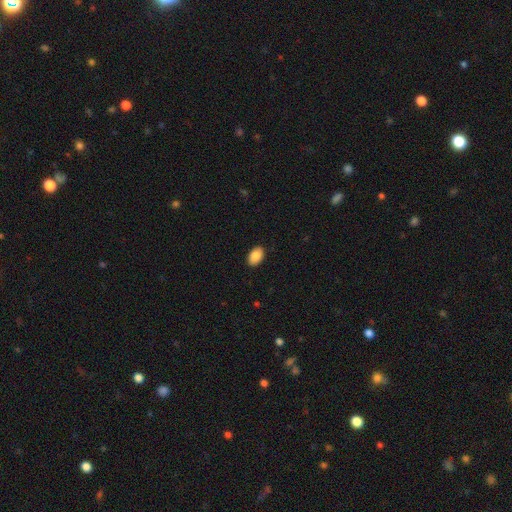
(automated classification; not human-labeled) smooth-or-featured: smooth: 87% | star or artifact: 7% | featured or disk: 6%
  how-rounded: in between: 89% | round: 10% | cigar-shaped: 1%
  merging: none: 89% | minor disturbance: 8% | major disturbance: 2% | merger: 1%